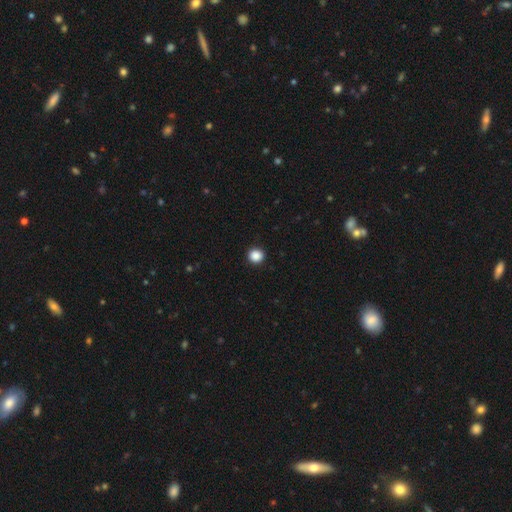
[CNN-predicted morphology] A smooth galaxy with no disk features (88%) that is round (89%). Merging: none (93%).